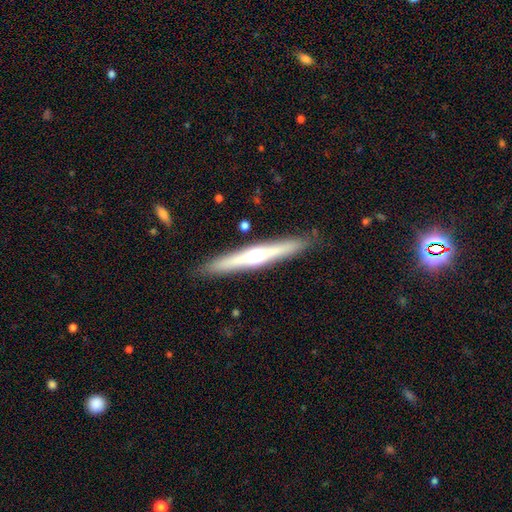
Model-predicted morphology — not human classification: A featured or disk galaxy (69%) viewed edge-on (97%) with a rounded central bulge (89%).

Vote fractions:
- Smooth or featured? featured or disk: 69% / smooth: 25% / star or artifact: 6%
- Edge-on disk? yes: 97% / no: 3%
- Edge-on bulge? rounded: 89% / none: 7% / boxy: 4%
- Merging? none: 89% / minor disturbance: 8% / major disturbance: 2% / merger: 2%